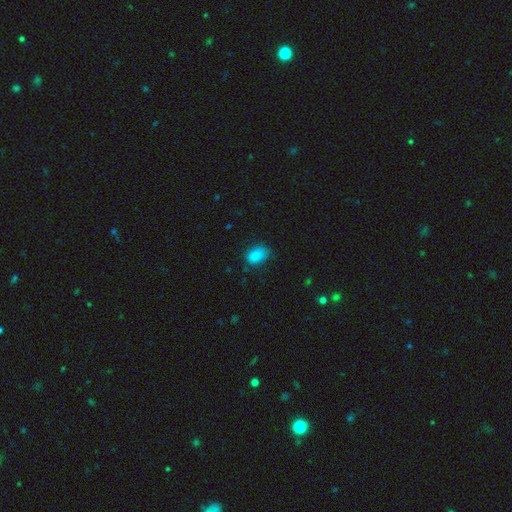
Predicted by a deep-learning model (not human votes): smooth-or-featured: smooth: 85% | star or artifact: 10% | featured or disk: 5%
  how-rounded: in between: 80% | round: 18% | cigar-shaped: 1%
  merging: none: 59% | minor disturbance: 30% | major disturbance: 9% | merger: 2%